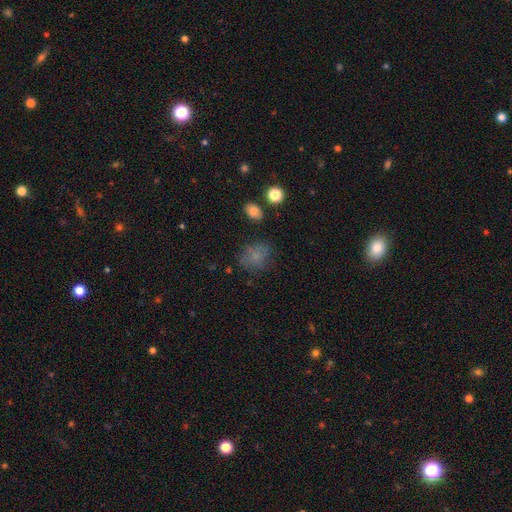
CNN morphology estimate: The model was most divided on "how rounded": round: 50%, in between: 49%, cigar-shaped: 1%. More confident: smooth or featured — smooth (74%); merging — none (65%).